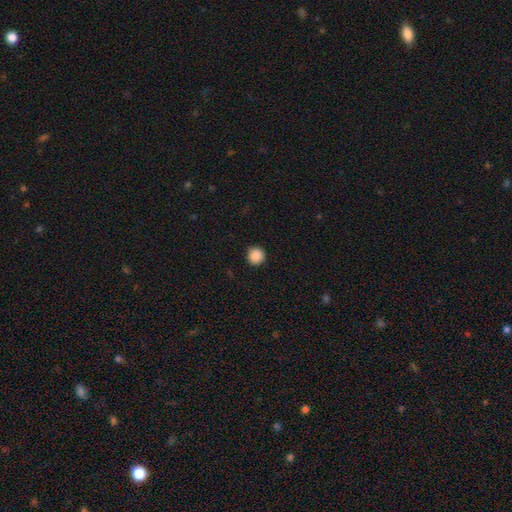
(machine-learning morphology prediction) Smooth or featured? Predicted: smooth (p=0.89). How rounded? Predicted: round (p=0.95). Merging? Predicted: none (p=0.93).